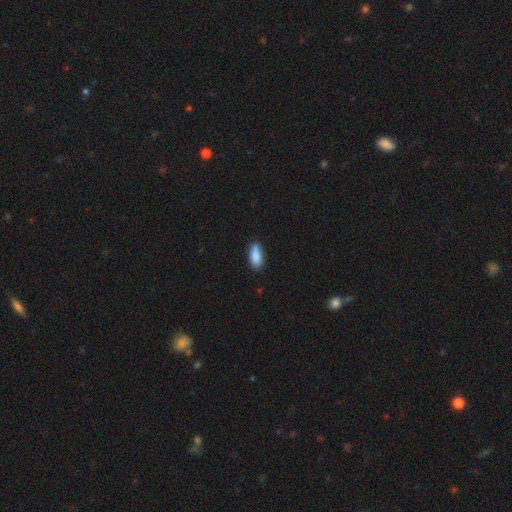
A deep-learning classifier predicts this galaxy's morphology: Smooth or featured? smooth (88%)
How rounded? in between (85%)
Merging? none (77%)